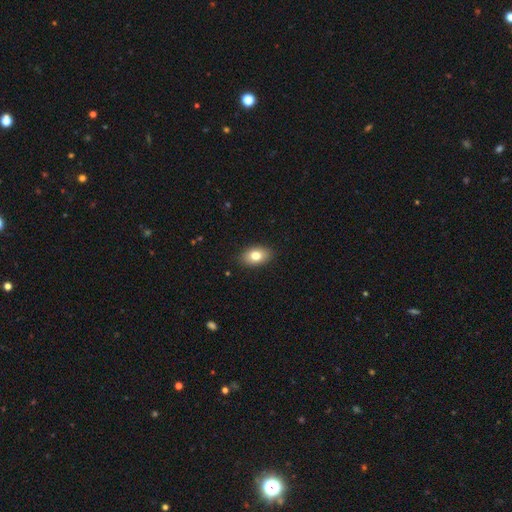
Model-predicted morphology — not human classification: A smooth galaxy with no disk features (79%) that is in between round and cigar-shaped (85%). Merging: none (88%).